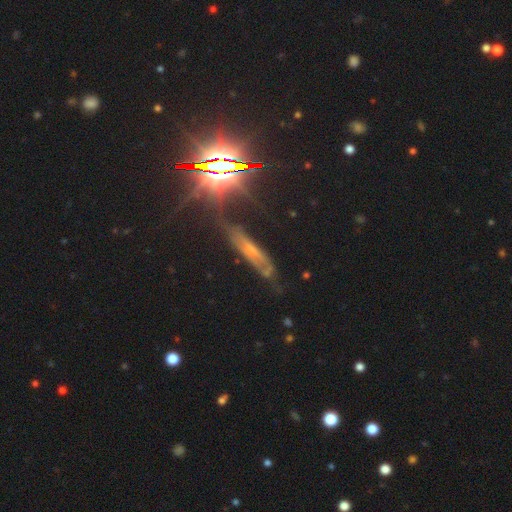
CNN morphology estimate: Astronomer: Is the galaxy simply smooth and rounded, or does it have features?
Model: featured or disk — 48% (runner-up: smooth, 37%).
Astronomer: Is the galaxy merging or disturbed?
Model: none — 54%.